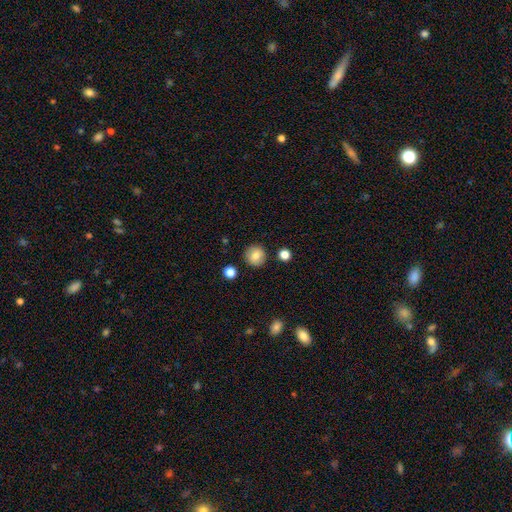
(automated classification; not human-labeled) smooth_or_featured: smooth (p=0.83) [alt: star or artifact p=0.09]
how_rounded: round (p=0.94) [alt: in between p=0.05]
merging: none (p=0.90) [alt: minor disturbance p=0.06]